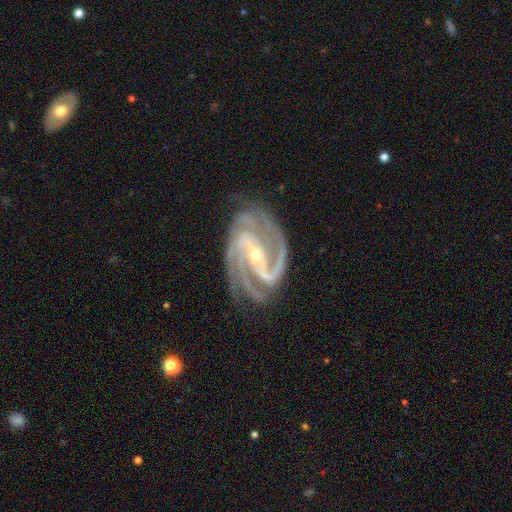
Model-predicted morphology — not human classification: smooth-or-featured: featured or disk: 93% | star or artifact: 5% | smooth: 2%
  disk-edge-on: no: 97% | yes: 3%
    bar: strong: 54% | weak: 29% | no: 17%
    has-spiral-arms: yes: 99% | no: 1%
      spiral-winding: medium: 47% | tight: 45% | loose: 8%
      spiral-arm-count: 3: 37% | 2: 32% | 4: 13% | can't tell: 7% | more than 4: 5% | 1: 5%
    bulge-size: small: 70% | moderate: 27% | large: 1% | none: 1% | dominant: 1%
  merging: none: 75% | minor disturbance: 17% | major disturbance: 7% | merger: 1%